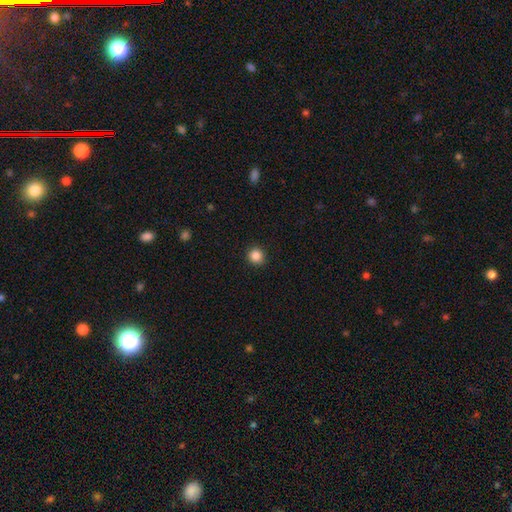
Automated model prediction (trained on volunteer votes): smooth-or-featured: smooth: 86% | star or artifact: 10% | featured or disk: 3%
  how-rounded: round: 91% | in between: 8% | cigar-shaped: 1%
  merging: none: 92% | minor disturbance: 6% | major disturbance: 2% | merger: 1%